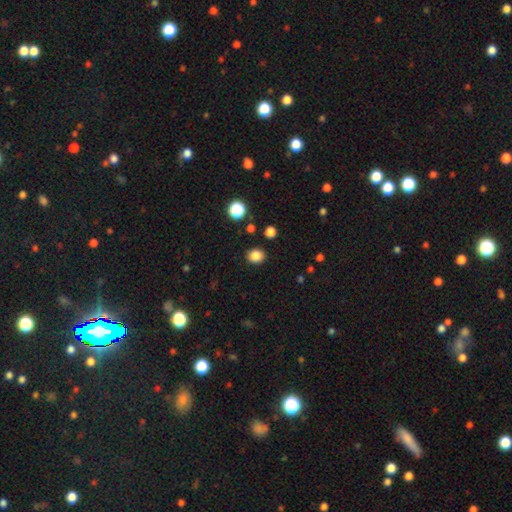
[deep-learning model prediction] Morphology: type=smooth (84%); roundness=round (72%); merging=none (89%).